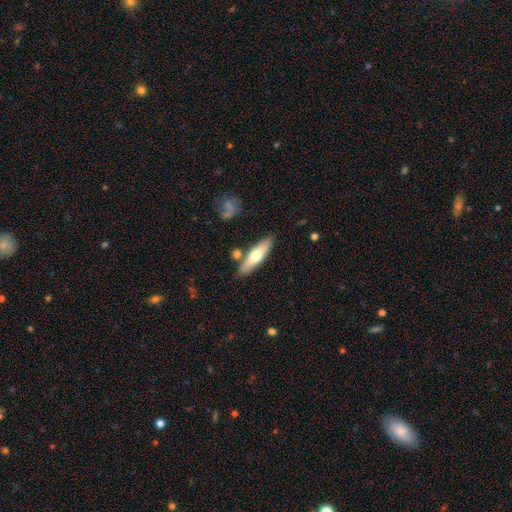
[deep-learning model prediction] Smooth or featured? Predicted: smooth (p=0.59). How rounded? Predicted: cigar-shaped (p=0.66). Merging? Predicted: none (p=0.80).